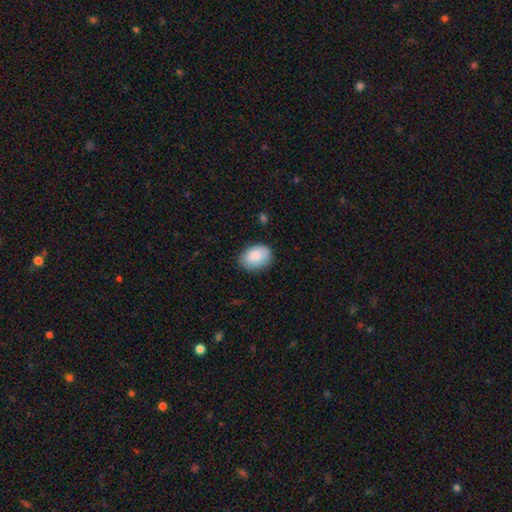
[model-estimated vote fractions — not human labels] Overall: smooth (86%). How rounded: in between (79%). Merging: none (81%).